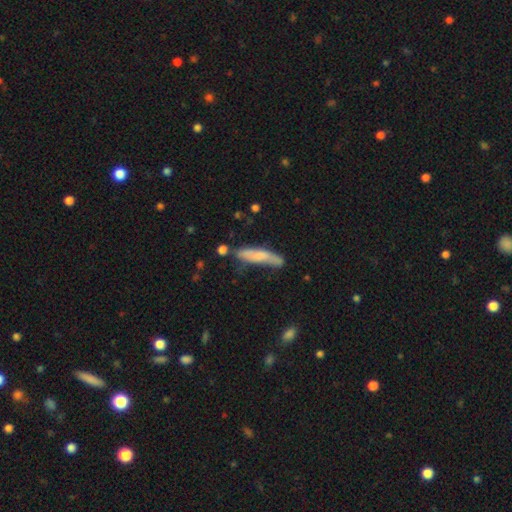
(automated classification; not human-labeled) The model was most divided on "merging": none: 57%, minor disturbance: 28%, major disturbance: 8%, merger: 7%. More confident: how rounded — cigar-shaped (83%); smooth or featured — smooth (67%).